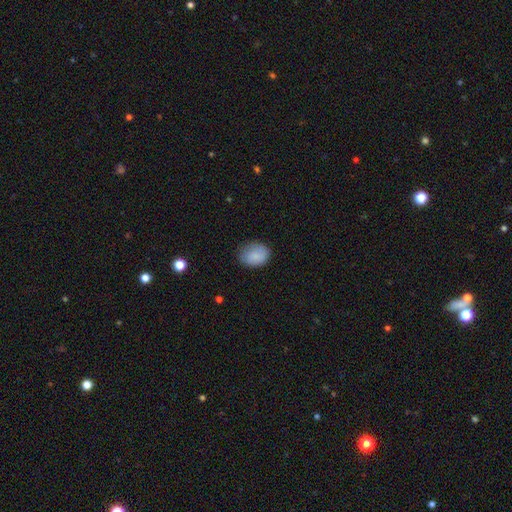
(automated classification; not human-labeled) Smooth or featured?
  - smooth: 84% *
  - featured or disk: 9%
  - star or artifact: 7%
How rounded?
  - in between: 65% *
  - round: 34%
  - cigar-shaped: 1%
Merging?
  - none: 73% *
  - minor disturbance: 21%
  - major disturbance: 5%
  - merger: 1%